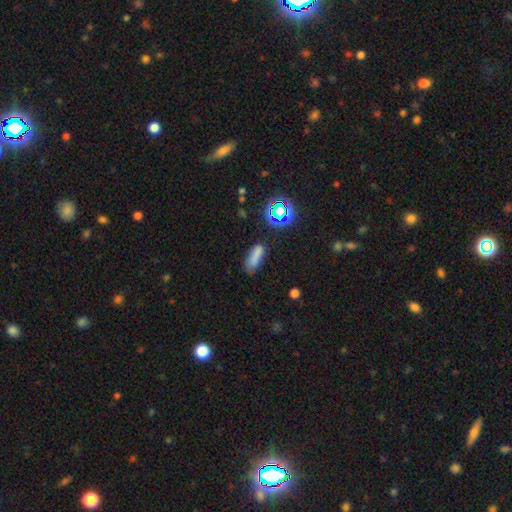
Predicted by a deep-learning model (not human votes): Smooth or featured?
  - smooth: 75% *
  - star or artifact: 16%
  - featured or disk: 9%
How rounded?
  - in between: 50% *
  - cigar-shaped: 46%
  - round: 4%
Merging?
  - none: 64% *
  - minor disturbance: 23%
  - major disturbance: 8%
  - merger: 5%